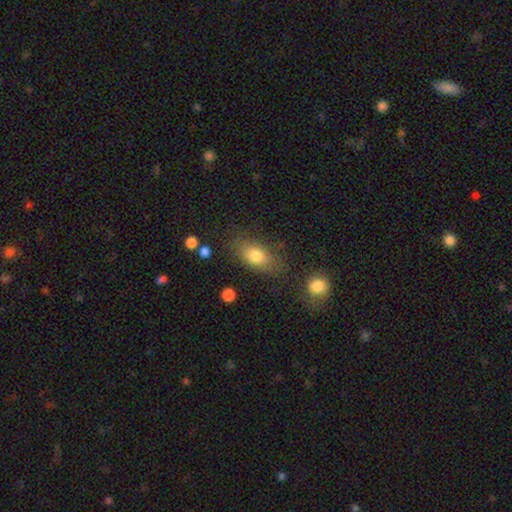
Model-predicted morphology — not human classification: The model was most divided on "merging": none: 74%, minor disturbance: 16%, major disturbance: 6%, merger: 4%. More confident: how rounded — in between (83%); smooth or featured — smooth (79%).